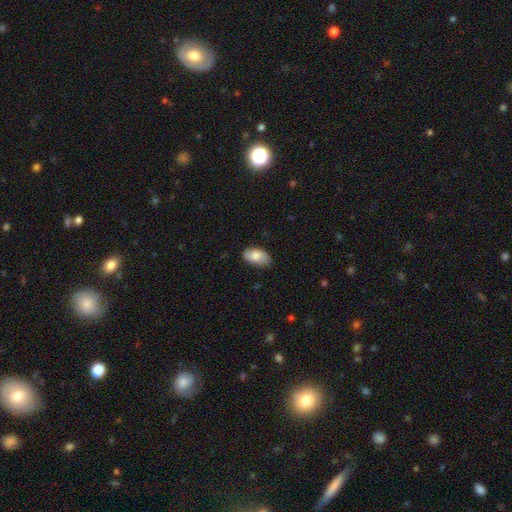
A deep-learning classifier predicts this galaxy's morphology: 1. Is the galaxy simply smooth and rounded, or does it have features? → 79% smooth, 15% featured or disk, 6% star or artifact.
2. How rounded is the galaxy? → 94% in between, 5% round, 2% cigar-shaped.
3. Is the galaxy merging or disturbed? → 77% none, 18% minor disturbance, 3% major disturbance, 1% merger.